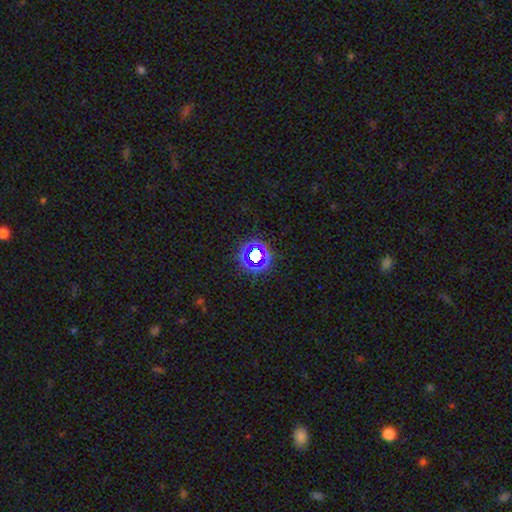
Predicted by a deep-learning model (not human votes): Q: Smooth or featured?
A: star or artifact (65%); runner-up: smooth (24%)